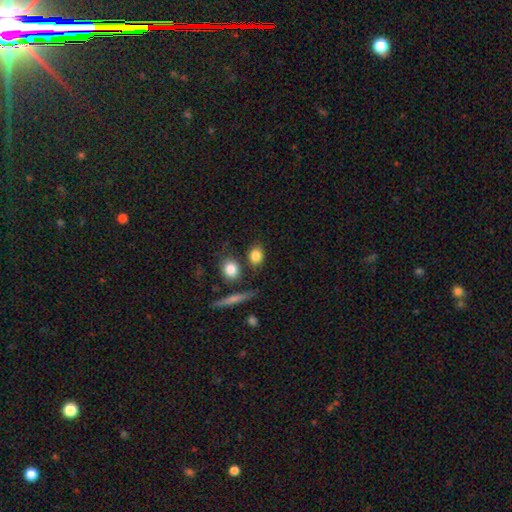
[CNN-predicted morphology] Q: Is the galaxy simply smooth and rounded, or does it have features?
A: smooth — 84%.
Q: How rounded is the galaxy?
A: in between — 53%.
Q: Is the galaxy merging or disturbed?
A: none — 74%.